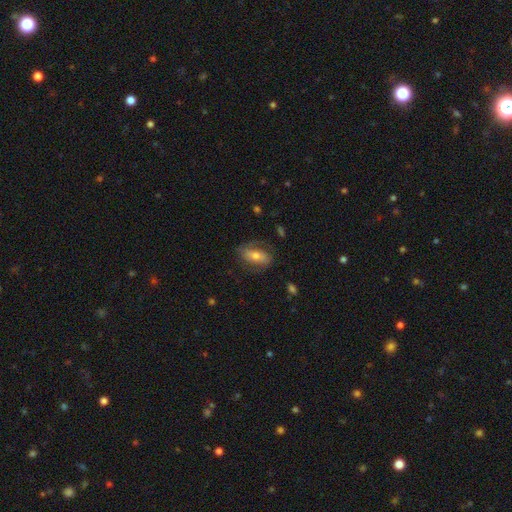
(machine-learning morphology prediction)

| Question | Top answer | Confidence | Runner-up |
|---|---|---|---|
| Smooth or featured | featured or disk | 48% | smooth (44%) |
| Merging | none | 67% | minor disturbance (19%) |